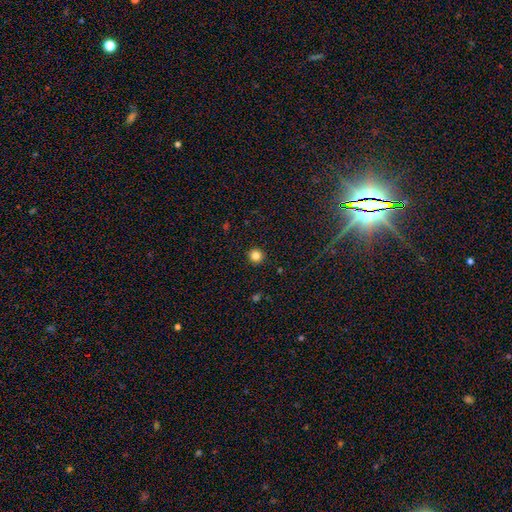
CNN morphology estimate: A smooth galaxy with no disk features (83%) that is round (94%). Merging: none (93%).